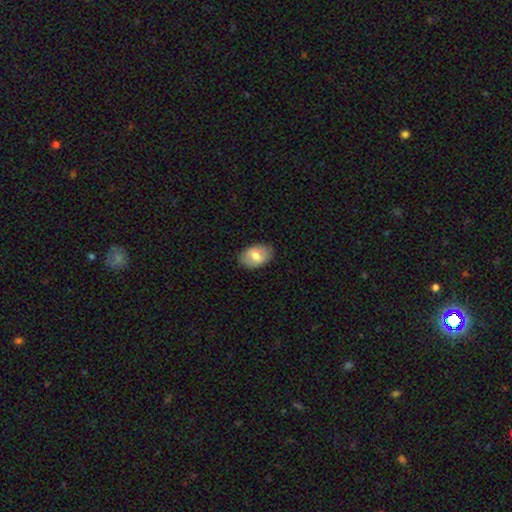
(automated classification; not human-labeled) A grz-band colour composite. It shows a smooth galaxy with no disk features (67%) that is in between round and cigar-shaped (87%). Merging: none (84%).